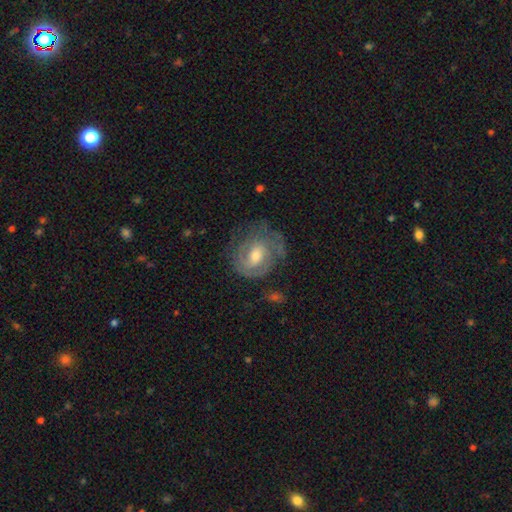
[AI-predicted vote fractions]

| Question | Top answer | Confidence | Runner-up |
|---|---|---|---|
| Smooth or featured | featured or disk | 76% | smooth (18%) |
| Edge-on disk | no | 97% | yes (3%) |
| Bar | no | 45% | tied: weak (45%) |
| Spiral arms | yes | 86% | no (14%) |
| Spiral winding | tight | 63% | medium (28%) |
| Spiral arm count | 2 | 39% | can't tell (35%) |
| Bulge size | moderate | 61% | small (34%) |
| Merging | none | 63% | minor disturbance (22%) |